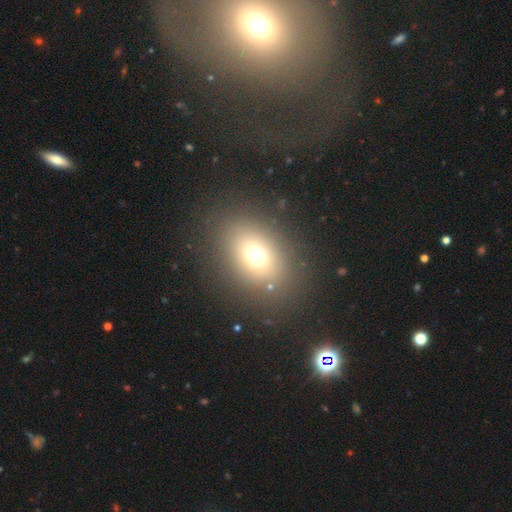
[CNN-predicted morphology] This appears to be a smooth galaxy with no disk features (68%) that is in between round and cigar-shaped (61%). Merging: none (83%).